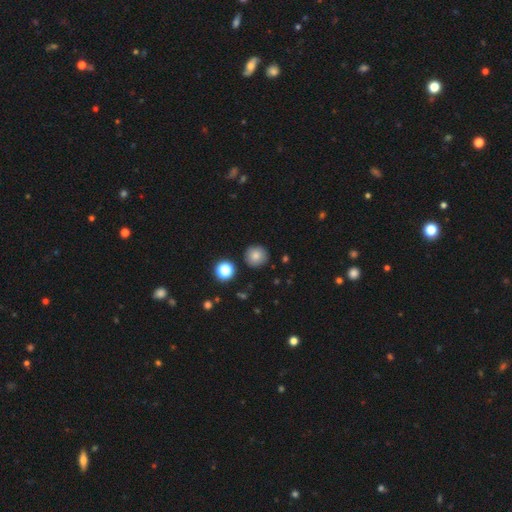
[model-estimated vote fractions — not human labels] Smooth or featured: smooth — 82% (star or artifact — 12%)
How rounded: round — 94% (in between — 5%)
Merging: none — 89% (minor disturbance — 7%)